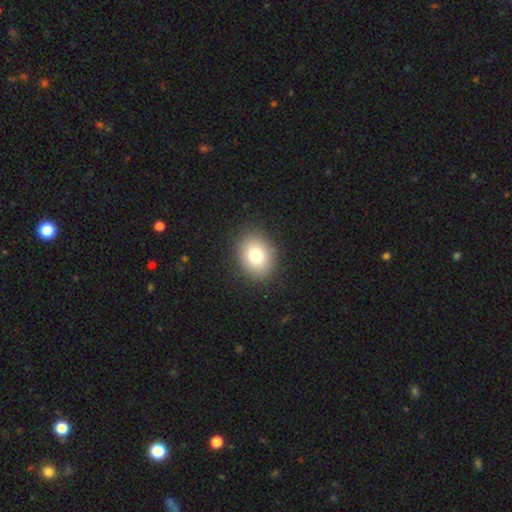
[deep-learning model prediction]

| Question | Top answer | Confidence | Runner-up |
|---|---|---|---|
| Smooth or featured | smooth | 79% | featured or disk (11%) |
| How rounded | in between | 50% | round (49%) |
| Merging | none | 89% | minor disturbance (8%) |